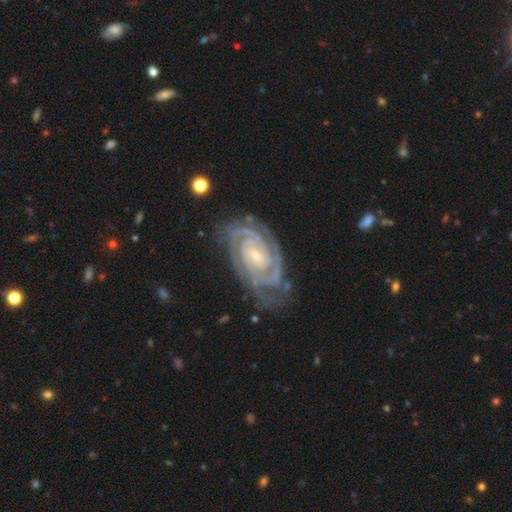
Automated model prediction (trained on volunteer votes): This is clearly a featured or disk galaxy (92%). It is clearly not viewed edge-on (97%). Bar: possibly no (49%). Spiral arm pattern: clearly yes (98%). Spiral arm count: possibly 2 (47%). Spiral winding: likely tight (80%). Central bulge: likely small (76%). Merging: likely none (72%).